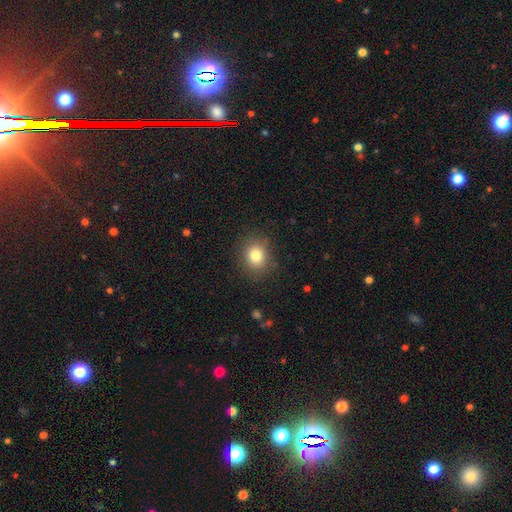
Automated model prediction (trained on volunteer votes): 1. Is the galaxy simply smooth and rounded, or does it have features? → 81% smooth, 11% star or artifact, 8% featured or disk.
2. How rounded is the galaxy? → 70% round, 29% in between, 1% cigar-shaped.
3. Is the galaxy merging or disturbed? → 86% none, 10% minor disturbance, 3% major disturbance, 1% merger.